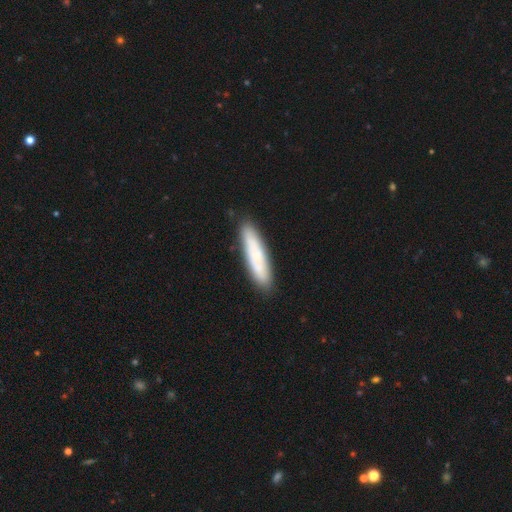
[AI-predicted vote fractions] smooth 65%, featured or disk 29%, star or artifact 6%. Down the decision tree: how rounded — cigar-shaped (81%); merging — none (86%).